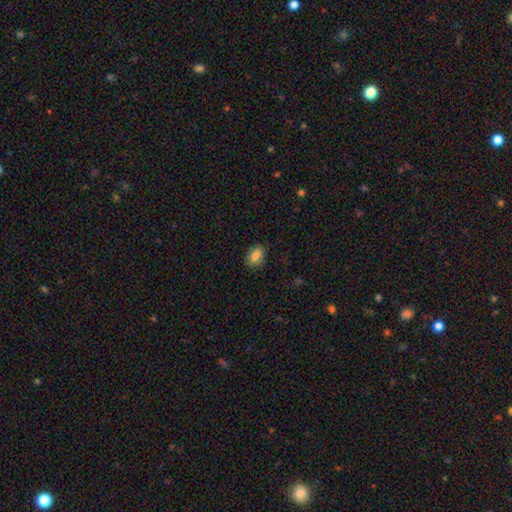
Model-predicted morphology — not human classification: This is clearly a smooth galaxy (83%). How rounded: clearly in between (82%). Merging: clearly none (82%).